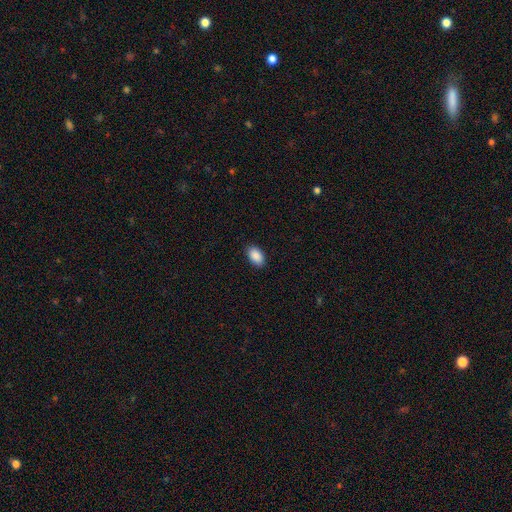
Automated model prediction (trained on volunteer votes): Smooth or featured? smooth (90%)
How rounded? in between (93%)
Merging? none (88%)